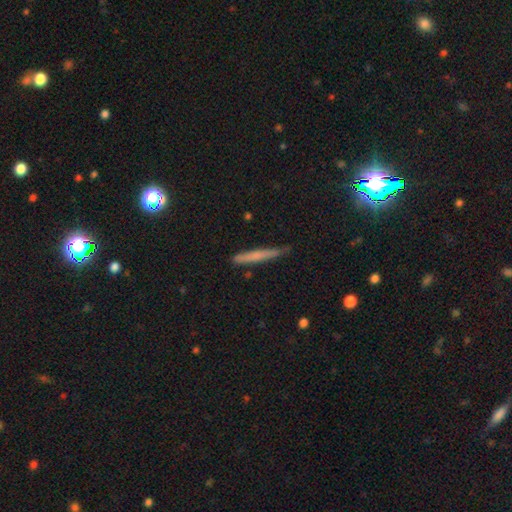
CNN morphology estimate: This appears to be a smooth galaxy with no disk features (60%) that is cigar-shaped (96%). Merging: none (83%).